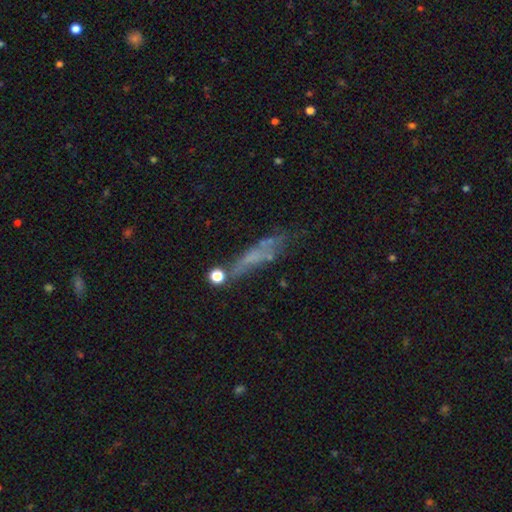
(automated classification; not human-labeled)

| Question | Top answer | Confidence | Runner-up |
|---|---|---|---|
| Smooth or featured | featured or disk | 45% | smooth (37%) |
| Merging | none | 52% | minor disturbance (21%) |